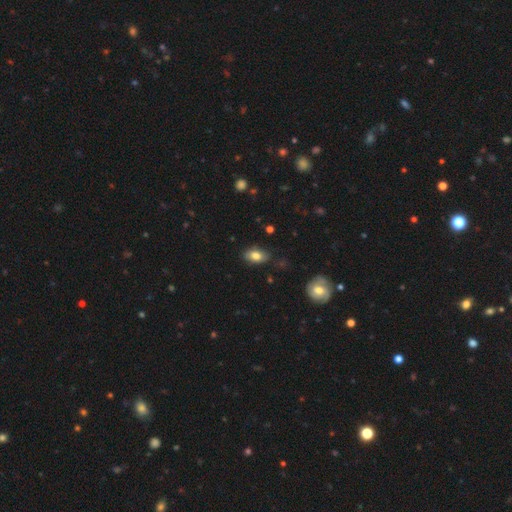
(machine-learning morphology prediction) A smooth galaxy with no disk features (80%) that is in between round and cigar-shaped (89%). Merging: none (78%).